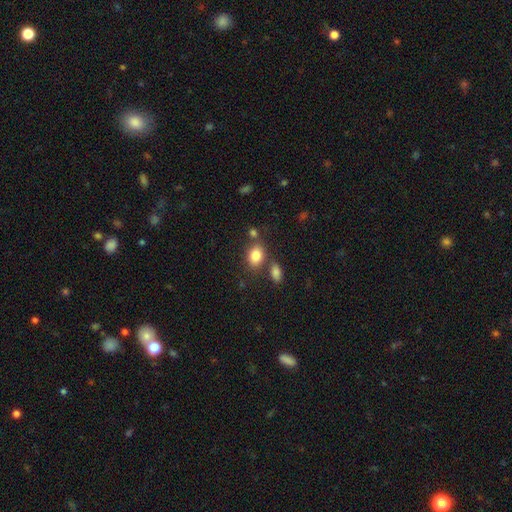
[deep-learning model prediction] This appears to be a smooth galaxy with no disk features (83%) that is in between round and cigar-shaped (66%). Merging: none (66%).